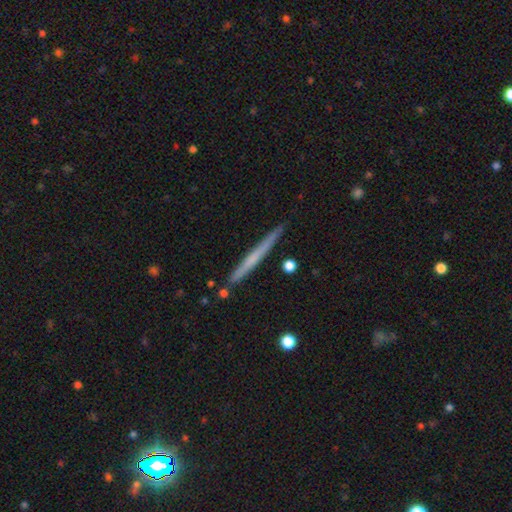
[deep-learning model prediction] This appears to be a featured or disk galaxy (48%). Merging: none (89%).